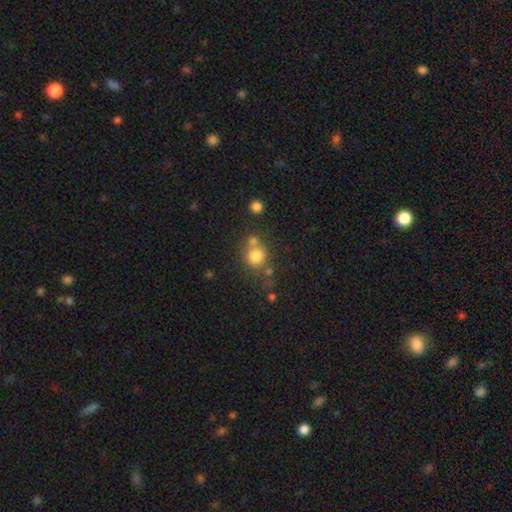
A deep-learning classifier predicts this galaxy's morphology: Smooth or featured?
  - smooth: 77% *
  - star or artifact: 13%
  - featured or disk: 10%
How rounded?
  - round: 88% *
  - in between: 11%
  - cigar-shaped: 1%
Merging?
  - none: 56% *
  - merger: 29%
  - minor disturbance: 10%
  - major disturbance: 5%